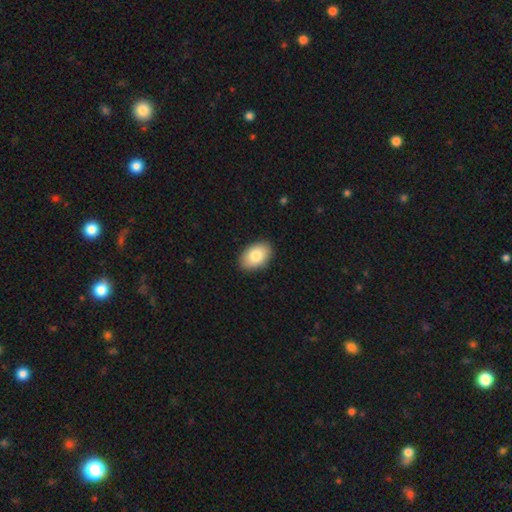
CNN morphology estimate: Overall: smooth (82%). How rounded: in between (90%). Merging: none (89%).